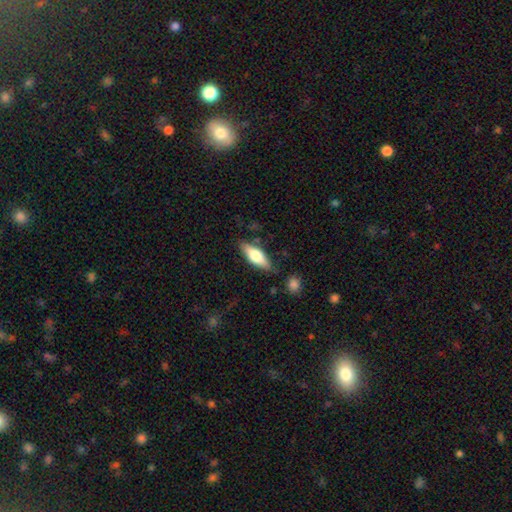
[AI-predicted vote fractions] A smooth galaxy with no disk features (63%) that is in between round and cigar-shaped (65%).

Vote fractions:
- Smooth or featured? smooth: 63% / featured or disk: 31% / star or artifact: 6%
- How rounded? in between: 65% / cigar-shaped: 33% / round: 2%
- Merging? none: 79% / minor disturbance: 15% / major disturbance: 4% / merger: 3%